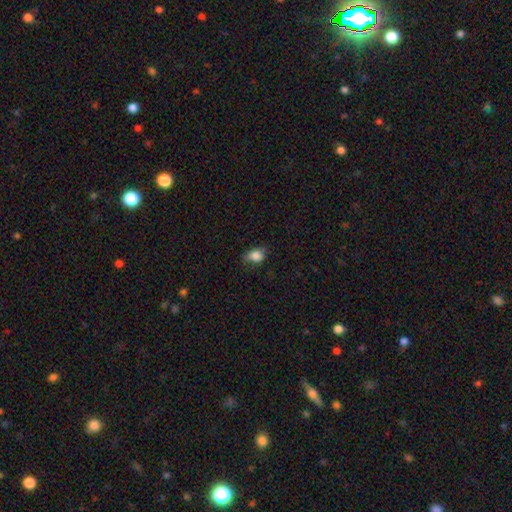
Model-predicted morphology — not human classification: This is clearly a smooth galaxy (85%). How rounded: likely in between (70%). Merging: likely none (62%).